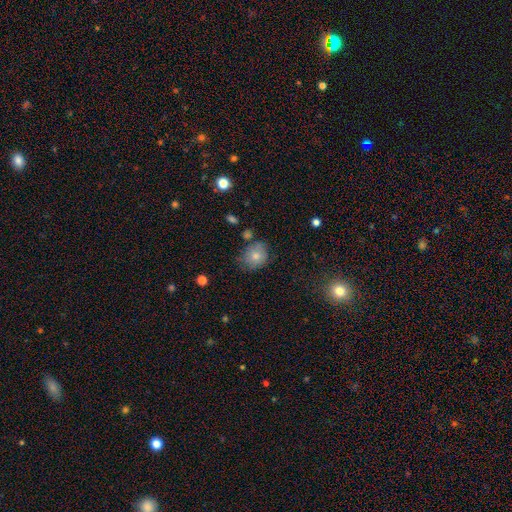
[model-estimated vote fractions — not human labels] The model was most divided on "how rounded": round: 69%, in between: 30%, cigar-shaped: 1%. More confident: smooth or featured — smooth (76%); merging — none (64%).